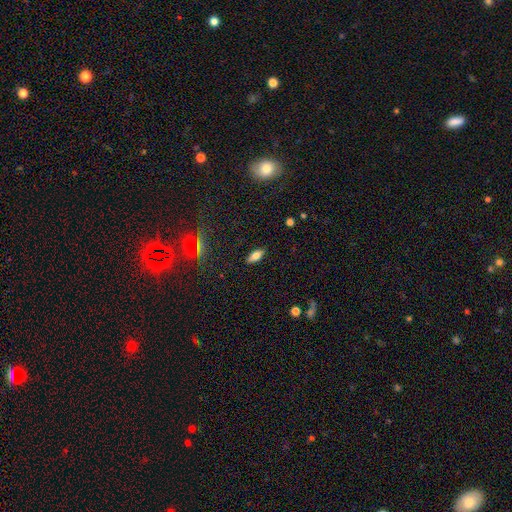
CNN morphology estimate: Q: Smooth or featured?
A: smooth (65%); runner-up: featured or disk (26%)
Q: How rounded?
A: in between (76%); runner-up: cigar-shaped (21%)
Q: Merging?
A: none (88%); runner-up: minor disturbance (9%)